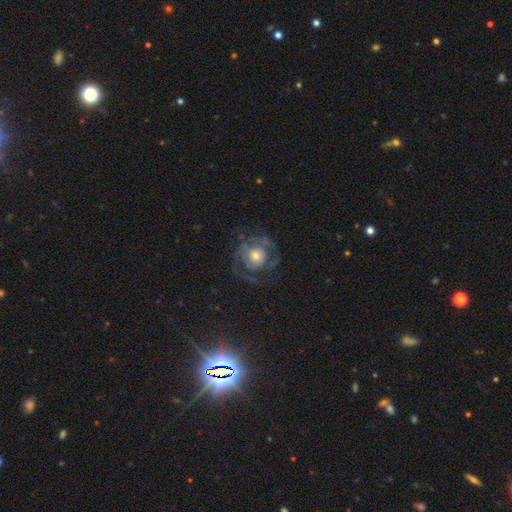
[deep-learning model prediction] Smooth or featured: featured or disk — 73% (smooth — 18%)
Edge-on disk: no — 97% (yes — 3%)
Bar: no — 79% (weak — 17%)
Spiral arms: yes — 80% (no — 20%)
Spiral winding: tight — 52% (medium — 35%)
Spiral arm count: can't tell — 34% (tied with 2 — 34%)
Bulge size: moderate — 60% (small — 24%)
Merging: none — 66% (major disturbance — 17%)